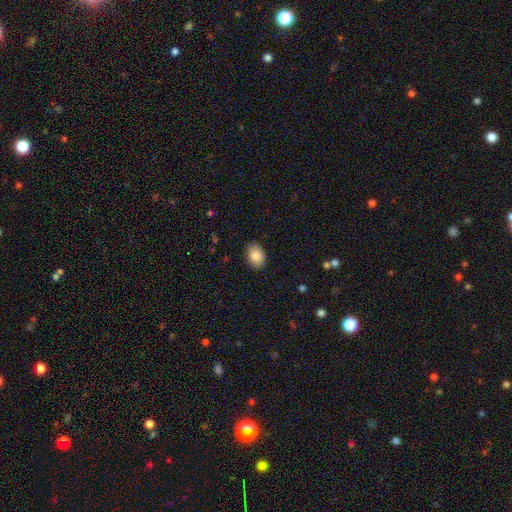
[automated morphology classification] Q: Smooth or featured?
A: smooth (86%); runner-up: star or artifact (7%)
Q: How rounded?
A: in between (77%); runner-up: round (22%)
Q: Merging?
A: none (88%); runner-up: minor disturbance (9%)